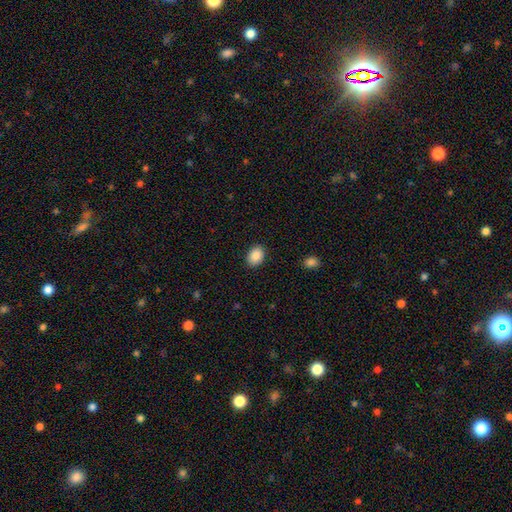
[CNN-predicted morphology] smooth_or_featured: smooth (p=0.89) [alt: star or artifact p=0.07]
how_rounded: in between (p=0.73) [alt: round p=0.26]
merging: none (p=0.88) [alt: minor disturbance p=0.09]